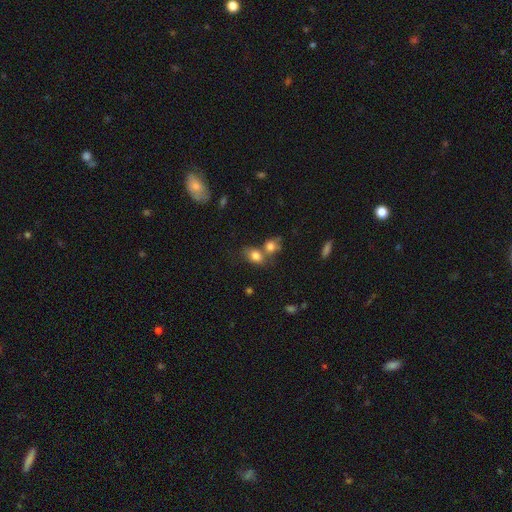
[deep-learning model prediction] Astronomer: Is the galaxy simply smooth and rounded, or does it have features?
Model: smooth — 80%.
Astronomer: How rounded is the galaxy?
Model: in between — 70%.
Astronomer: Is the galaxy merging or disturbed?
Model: merger — 44% (runner-up: none, 38%).